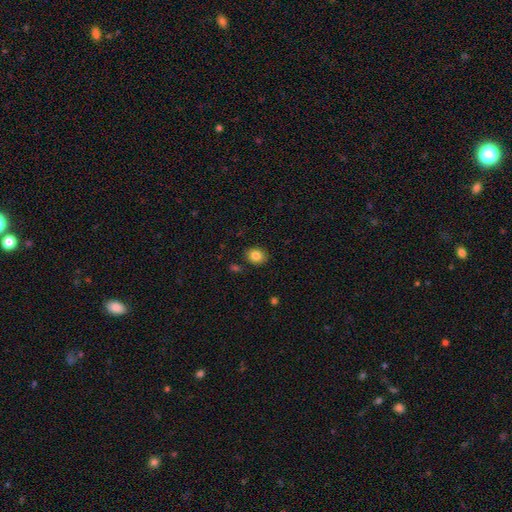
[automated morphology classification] A smooth galaxy with no disk features (84%) that is round (53%). Merging: none (87%).